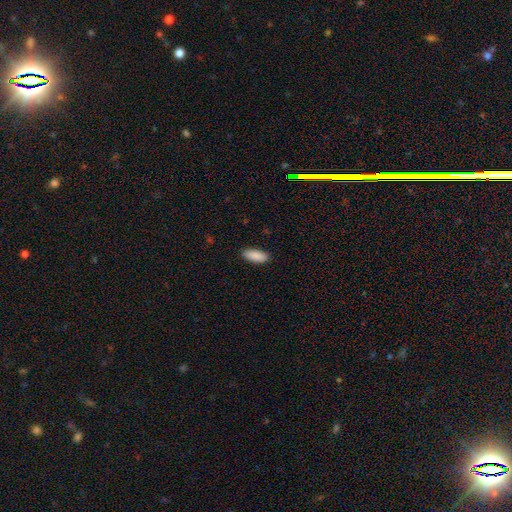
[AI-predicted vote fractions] Smooth or featured? smooth (90%)
How rounded? in between (82%)
Merging? none (89%)